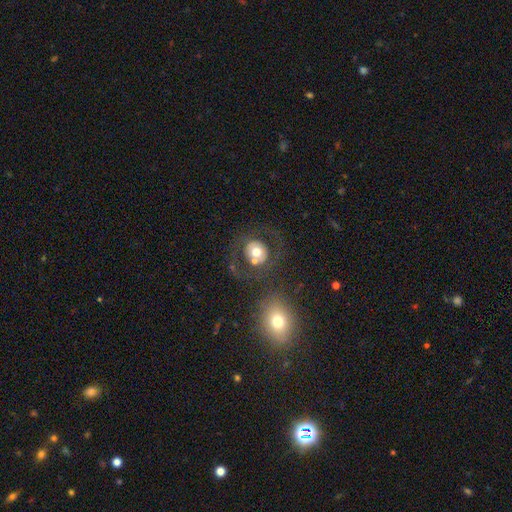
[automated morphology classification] The model was most divided on "smooth or featured": smooth: 45%, featured or disk: 42%, star or artifact: 13%. More confident: merging — none (69%).